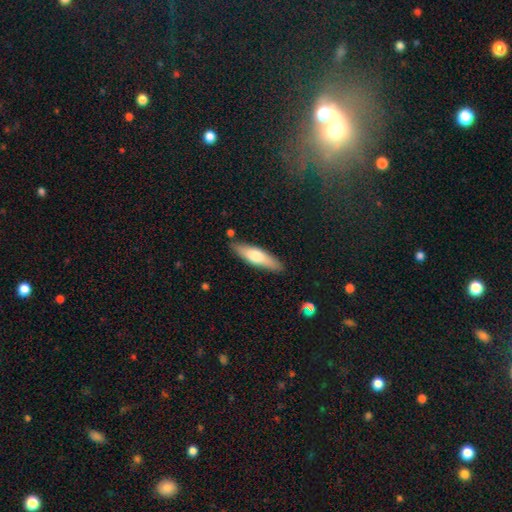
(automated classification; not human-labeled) smooth-or-featured: smooth: 62% | featured or disk: 32% | star or artifact: 5%
  how-rounded: cigar-shaped: 66% | in between: 33% | round: 2%
  merging: none: 85% | minor disturbance: 10% | merger: 3% | major disturbance: 2%